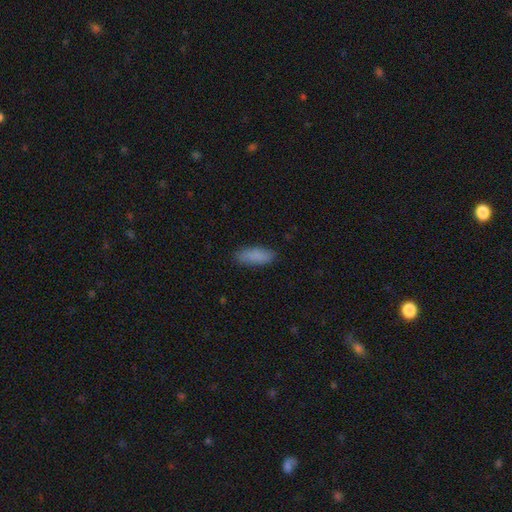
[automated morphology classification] The model was most divided on "how rounded": in between: 66%, cigar-shaped: 32%, round: 2%. More confident: smooth or featured — smooth (88%); merging — none (85%).